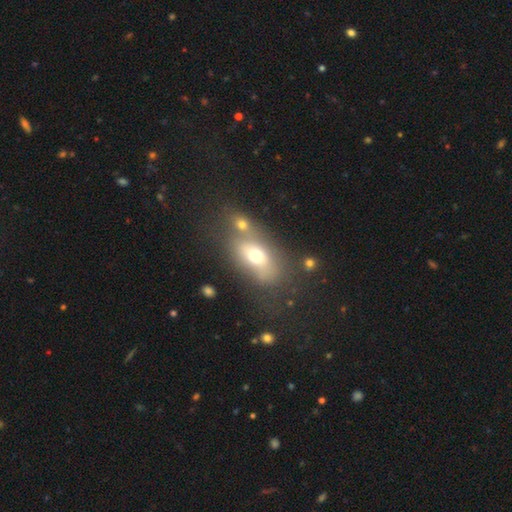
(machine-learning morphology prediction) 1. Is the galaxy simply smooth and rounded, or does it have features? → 64% smooth, 24% featured or disk, 12% star or artifact.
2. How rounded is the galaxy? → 79% in between, 16% round, 5% cigar-shaped.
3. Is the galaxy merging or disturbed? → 47% none, 26% merger, 16% minor disturbance, 11% major disturbance.